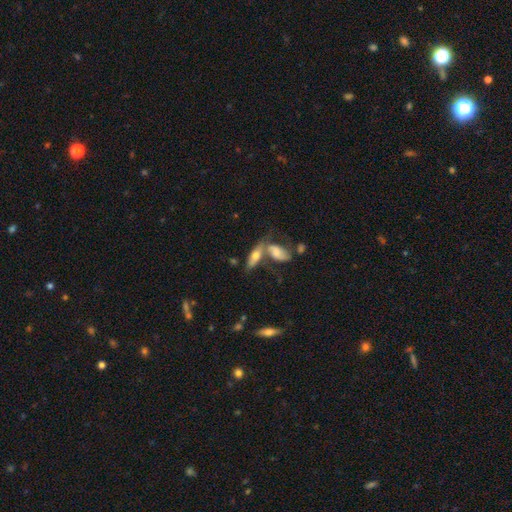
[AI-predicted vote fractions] Q: Smooth or featured?
A: smooth (50%); runner-up: featured or disk (41%)
Q: How rounded?
A: in between (60%); runner-up: cigar-shaped (36%)
Q: Merging?
A: merger (47%); runner-up: none (36%)